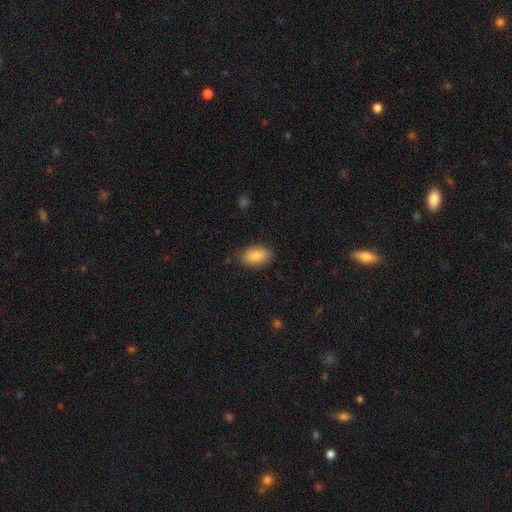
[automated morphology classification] smooth_or_featured: smooth (p=0.86) [alt: featured or disk p=0.07]
how_rounded: in between (p=0.92) [alt: round p=0.07]
merging: none (p=0.84) [alt: minor disturbance p=0.12]